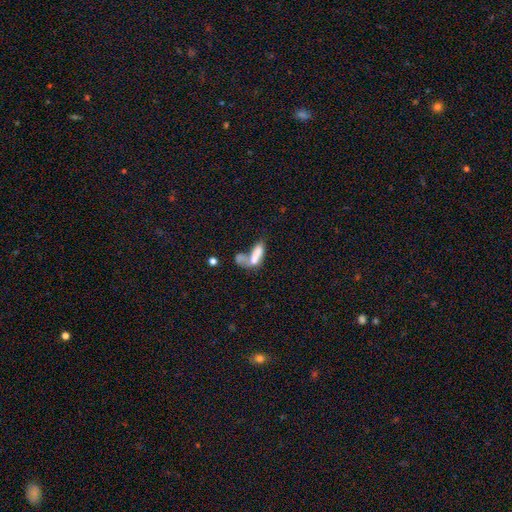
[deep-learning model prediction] Smooth or featured? Predicted: smooth (p=0.67). How rounded? Predicted: in between (p=0.65). Merging? Predicted: merger (p=0.59).